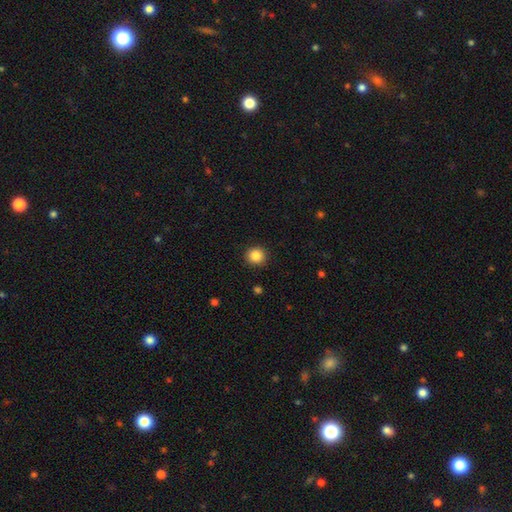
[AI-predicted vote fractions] smooth_or_featured: smooth (p=0.87) [alt: star or artifact p=0.10]
how_rounded: round (p=0.91) [alt: in between p=0.08]
merging: none (p=0.91) [alt: minor disturbance p=0.06]